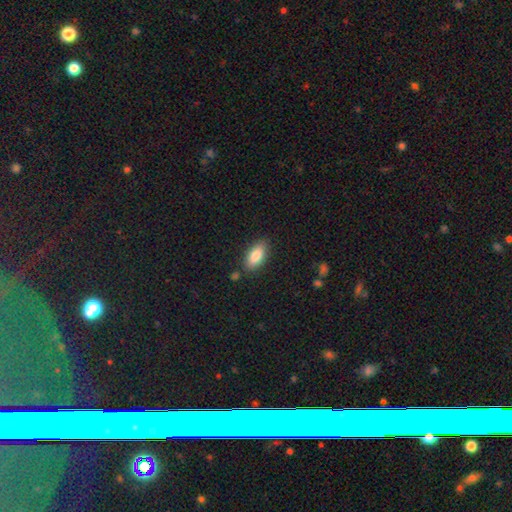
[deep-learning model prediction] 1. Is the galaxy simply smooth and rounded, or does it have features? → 84% smooth, 10% featured or disk, 7% star or artifact.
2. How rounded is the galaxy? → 88% in between, 10% cigar-shaped, 3% round.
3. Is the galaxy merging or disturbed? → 83% none, 11% minor disturbance, 3% merger, 2% major disturbance.